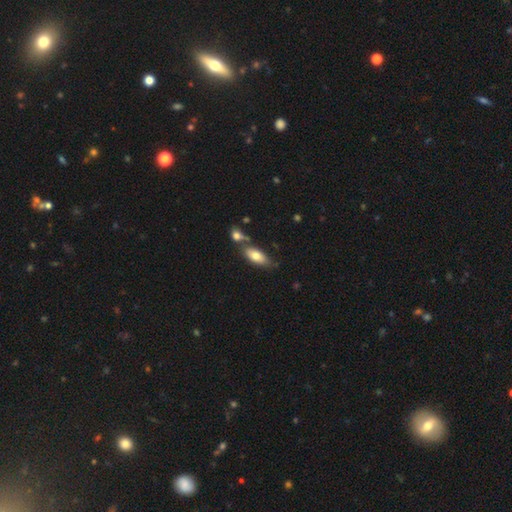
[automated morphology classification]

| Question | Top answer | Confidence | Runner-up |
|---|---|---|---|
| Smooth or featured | smooth | 73% | featured or disk (20%) |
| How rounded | in between | 83% | cigar-shaped (14%) |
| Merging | none | 53% | merger (29%) |